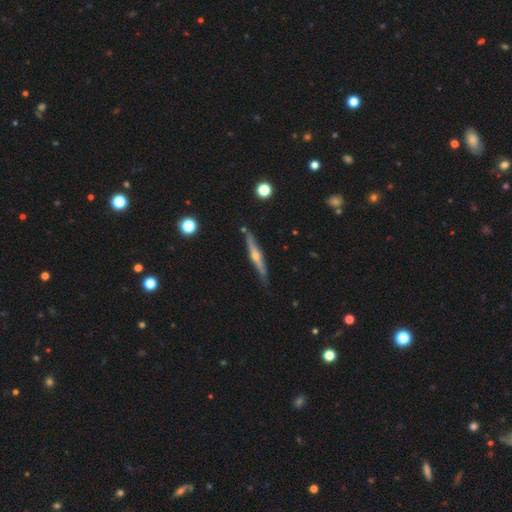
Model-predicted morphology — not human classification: This appears to be a featured or disk galaxy (75%) viewed edge-on (97%) with a rounded central bulge (87%). Merging: none (82%).